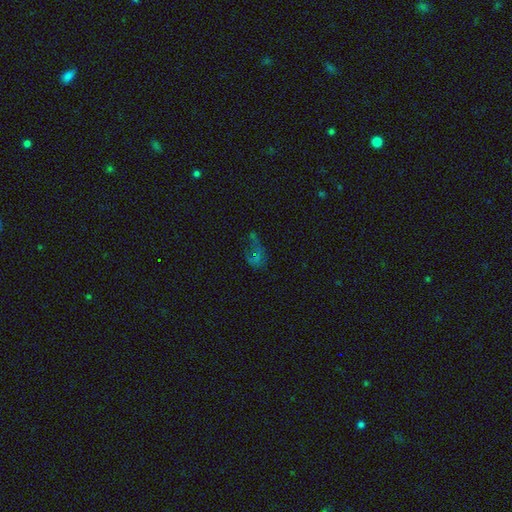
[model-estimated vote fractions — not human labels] Smooth or featured: star or artifact — 38% (smooth — 35%)